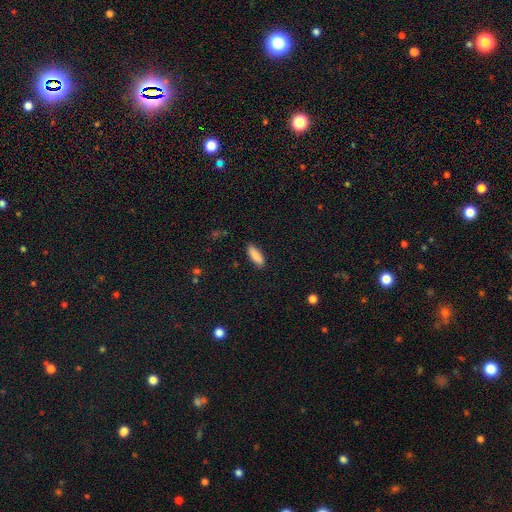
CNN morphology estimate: smooth-or-featured: smooth: 87% | featured or disk: 7% | star or artifact: 6%
  how-rounded: in between: 68% | cigar-shaped: 31% | round: 2%
  merging: none: 87% | minor disturbance: 9% | major disturbance: 2% | merger: 1%